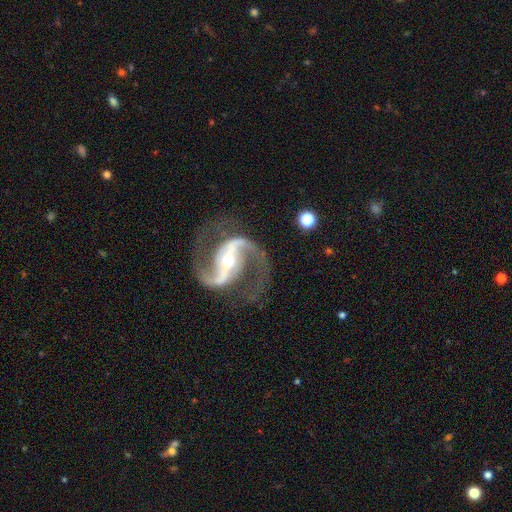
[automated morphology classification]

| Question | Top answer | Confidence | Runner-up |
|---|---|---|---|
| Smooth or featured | featured or disk | 94% | star or artifact (4%) |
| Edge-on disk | no | 98% | yes (2%) |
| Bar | strong | 59% | weak (25%) |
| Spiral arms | yes | 98% | no (2%) |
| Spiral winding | medium | 54% | loose (37%) |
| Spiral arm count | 2 | 95% | can't tell (1%) |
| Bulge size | small | 53% | moderate (43%) |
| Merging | none | 80% | minor disturbance (11%) |